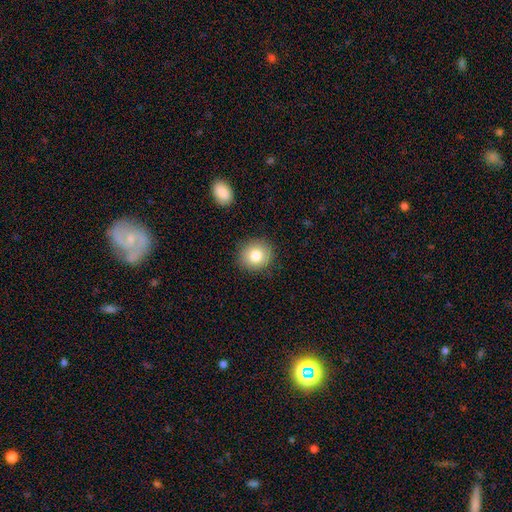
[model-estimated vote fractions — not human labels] Smooth or featured?
  - smooth: 81% *
  - star or artifact: 10%
  - featured or disk: 10%
How rounded?
  - round: 83% *
  - in between: 16%
  - cigar-shaped: 1%
Merging?
  - none: 89% *
  - minor disturbance: 8%
  - major disturbance: 2%
  - merger: 1%